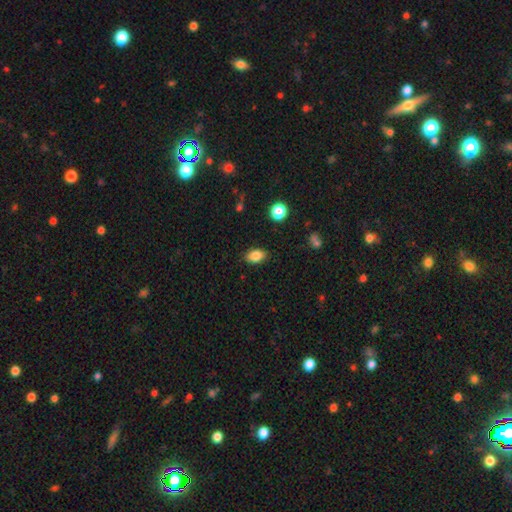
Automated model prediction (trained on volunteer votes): smooth 85%, star or artifact 9%, featured or disk 6%. Down the decision tree: how rounded — in between (85%); merging — none (86%).